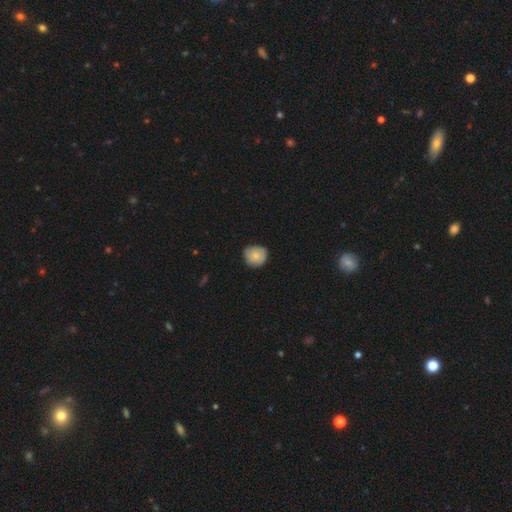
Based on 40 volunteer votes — smooth_or_featured: smooth (p=0.80) [alt: featured or disk p=0.12]
how_rounded: round (p=0.88) [alt: in between p=0.12]
merging: none (p=0.78) [alt: minor disturbance p=0.19]